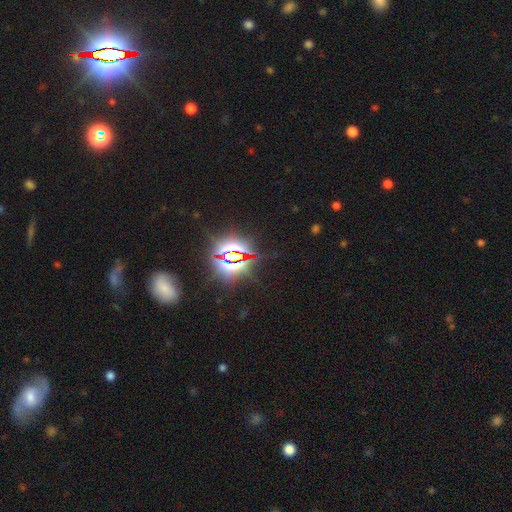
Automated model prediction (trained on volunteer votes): A star or artifact, not a galaxy (81%).